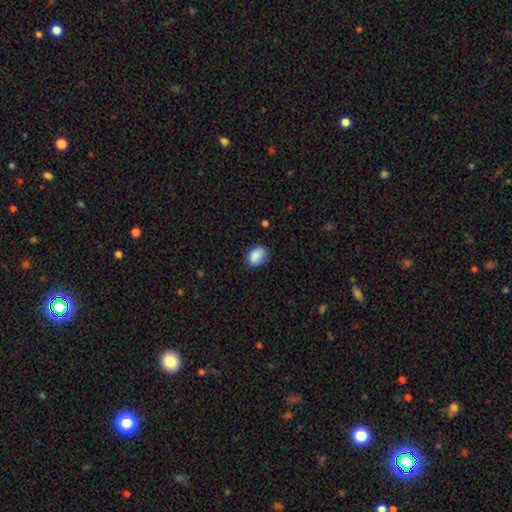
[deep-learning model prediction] This is clearly a smooth galaxy (88%). How rounded: likely in between (75%). Merging: likely none (76%).